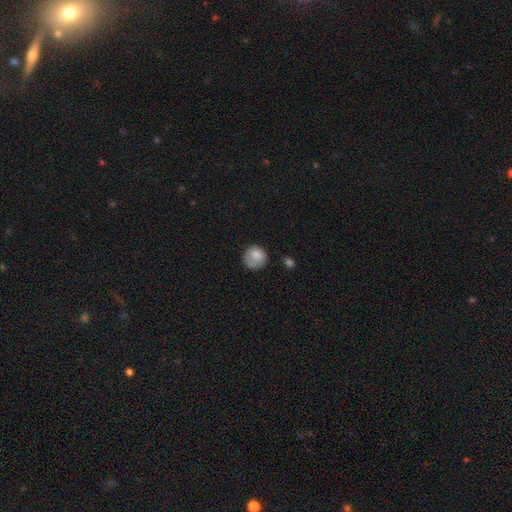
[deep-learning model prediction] This is clearly a smooth galaxy (80%). How rounded: clearly round (83%). Merging: possibly none (59%).